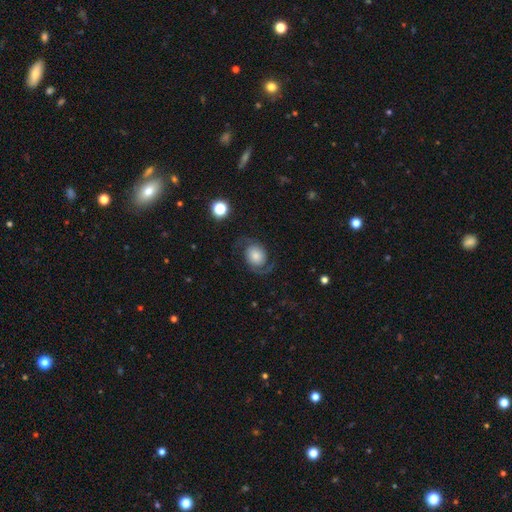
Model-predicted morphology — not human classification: Smooth or featured: featured or disk — 73% (smooth — 19%)
Edge-on disk: no — 98% (yes — 2%)
Bar: no — 74% (weak — 21%)
Spiral arms: yes — 95% (no — 5%)
Spiral winding: loose — 44% (medium — 42%)
Spiral arm count: 2 — 92% (1 — 3%)
Bulge size: moderate — 28% (small — 26%)
Merging: none — 72% (minor disturbance — 15%)